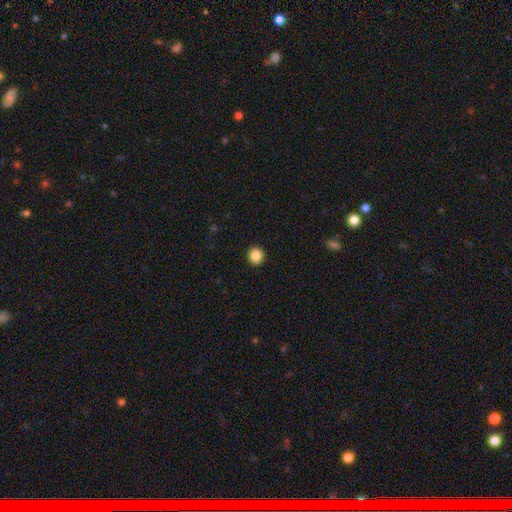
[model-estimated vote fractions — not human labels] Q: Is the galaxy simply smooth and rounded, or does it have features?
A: smooth — 88%.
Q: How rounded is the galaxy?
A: round — 84%.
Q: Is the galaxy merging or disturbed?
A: none — 93%.